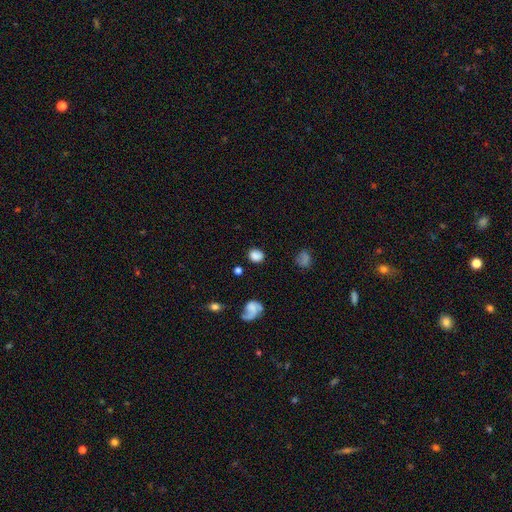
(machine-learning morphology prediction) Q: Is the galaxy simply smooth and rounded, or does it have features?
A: smooth — 81%.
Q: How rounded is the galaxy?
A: round — 63%.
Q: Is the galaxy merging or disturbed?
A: none — 78%.